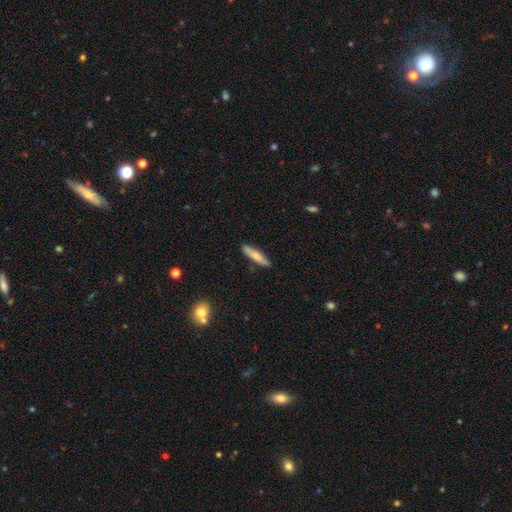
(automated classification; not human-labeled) Morphology: type=smooth (72%); roundness=cigar-shaped (82%); merging=none (84%).